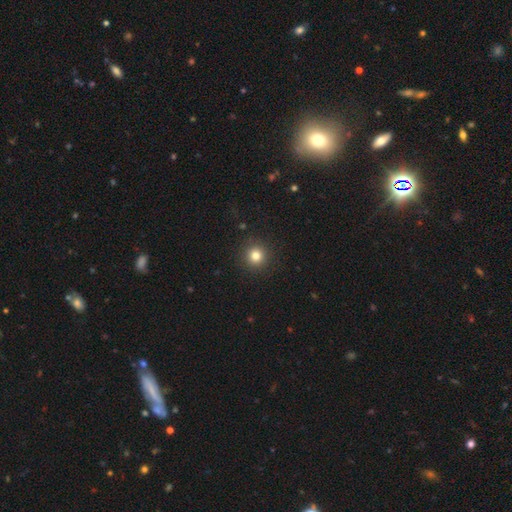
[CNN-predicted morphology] Smooth or featured: smooth — 81% (star or artifact — 13%)
How rounded: round — 94% (in between — 5%)
Merging: none — 92% (minor disturbance — 5%)